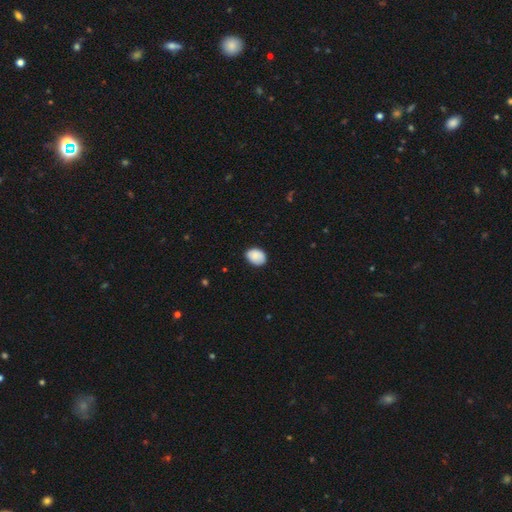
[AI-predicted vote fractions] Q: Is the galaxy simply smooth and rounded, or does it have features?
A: smooth — 86%.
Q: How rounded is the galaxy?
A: in between — 70%.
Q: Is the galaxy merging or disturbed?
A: none — 80%.